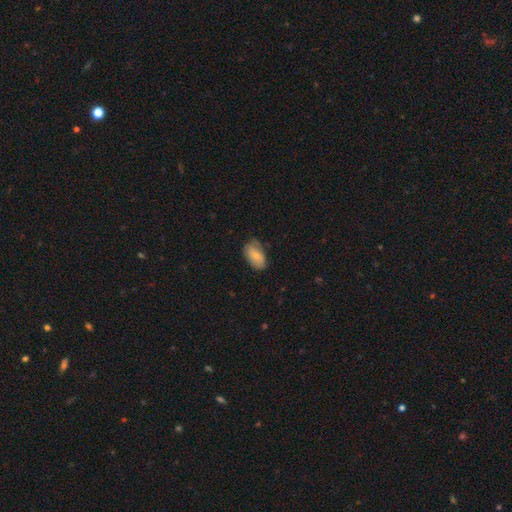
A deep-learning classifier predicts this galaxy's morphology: This appears to be a smooth galaxy with no disk features (73%) that is in between round and cigar-shaped (93%). Merging: none (66%).